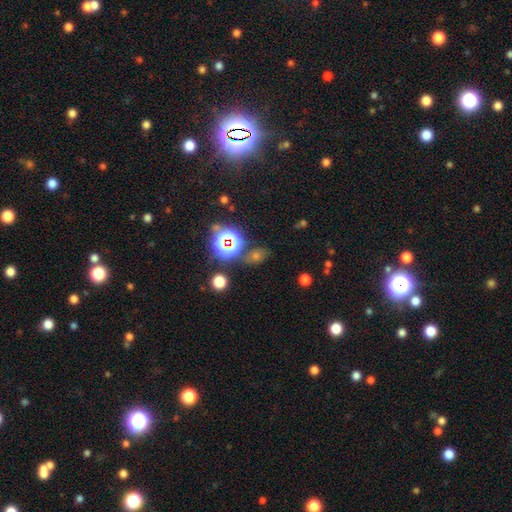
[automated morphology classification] smooth-or-featured: star or artifact: 56% | smooth: 32% | featured or disk: 12%